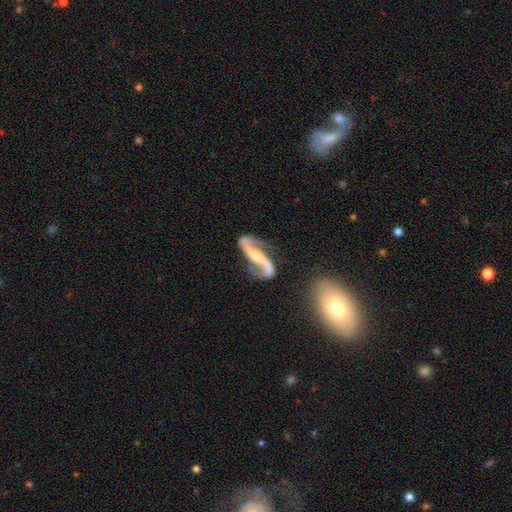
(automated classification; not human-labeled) Smooth or featured? Predicted: featured or disk (p=0.91). Edge-on disk? Predicted: no (p=0.94). Bar? Predicted: strong (p=0.39). Spiral arms? Predicted: yes (p=0.97). Spiral winding? Predicted: loose (p=0.67). Spiral arm count? Predicted: 2 (p=0.94). Bulge size? Predicted: small (p=0.46). Merging? Predicted: none (p=0.69).